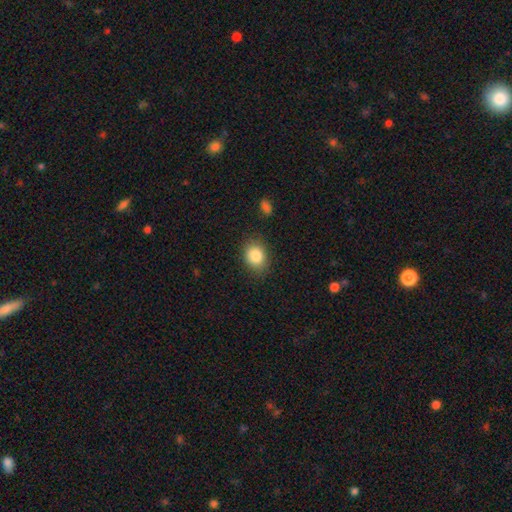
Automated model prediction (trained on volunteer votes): smooth 85%, star or artifact 9%, featured or disk 6%. Down the decision tree: how rounded — in between (56%); merging — none (82%).